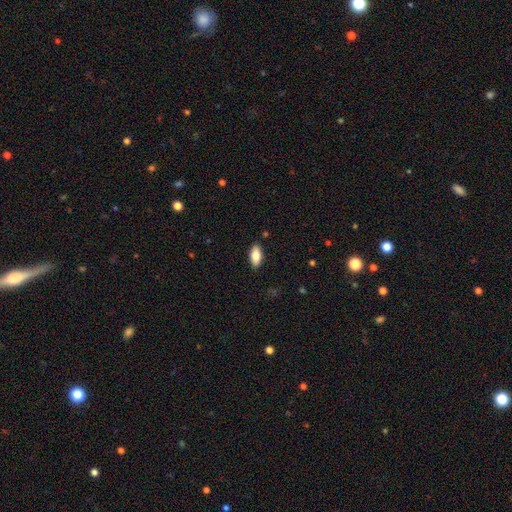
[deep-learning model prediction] The model was most divided on "smooth or featured": smooth: 80%, featured or disk: 14%, star or artifact: 6%. More confident: merging — none (89%); how rounded — in between (89%).